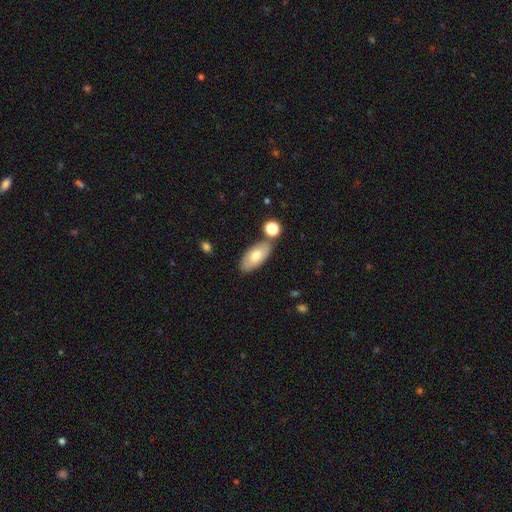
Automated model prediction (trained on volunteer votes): Smooth or featured: smooth — 71% (featured or disk — 23%)
How rounded: in between — 88% (cigar-shaped — 9%)
Merging: none — 73% (minor disturbance — 13%)